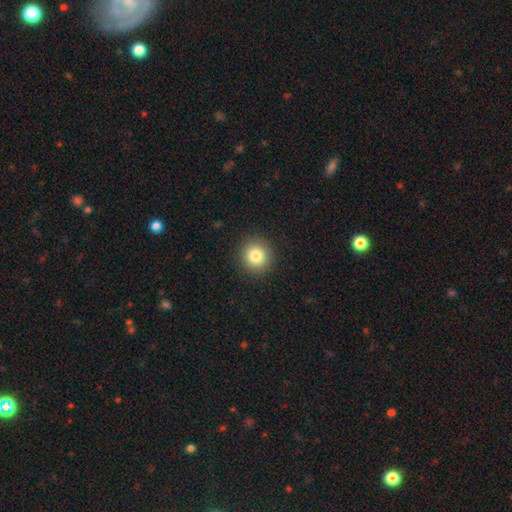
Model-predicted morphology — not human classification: A smooth galaxy with no disk features (82%) that is round (93%).

Vote fractions:
- Smooth or featured? smooth: 82% / star or artifact: 11% / featured or disk: 7%
- How rounded? round: 93% / in between: 6% / cigar-shaped: 1%
- Merging? none: 92% / minor disturbance: 5% / major disturbance: 2% / merger: 1%